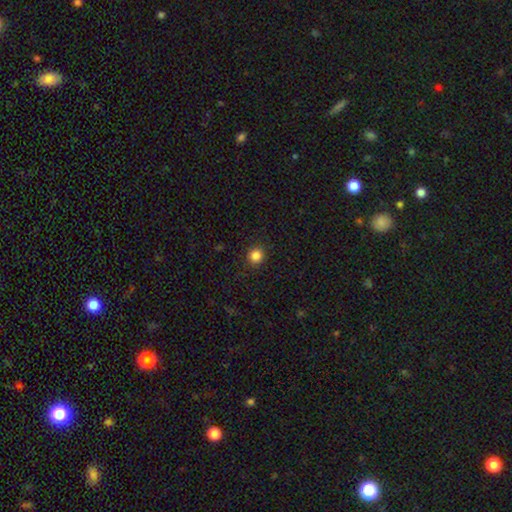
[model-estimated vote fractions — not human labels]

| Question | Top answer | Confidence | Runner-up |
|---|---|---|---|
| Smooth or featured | smooth | 85% | star or artifact (12%) |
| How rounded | round | 91% | in between (8%) |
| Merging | none | 91% | minor disturbance (6%) |